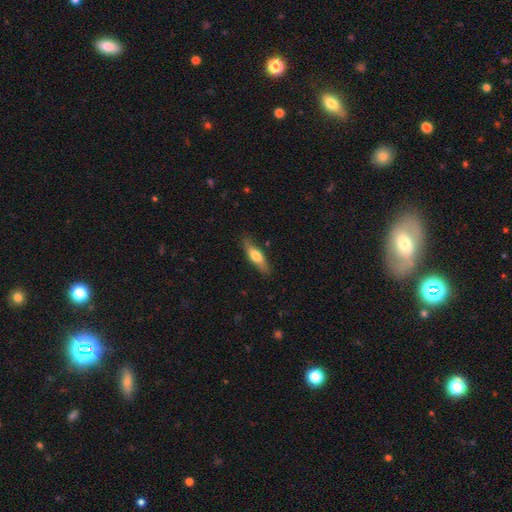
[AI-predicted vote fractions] A smooth galaxy with no disk features (62%) that is cigar-shaped (56%). Merging: none (82%).